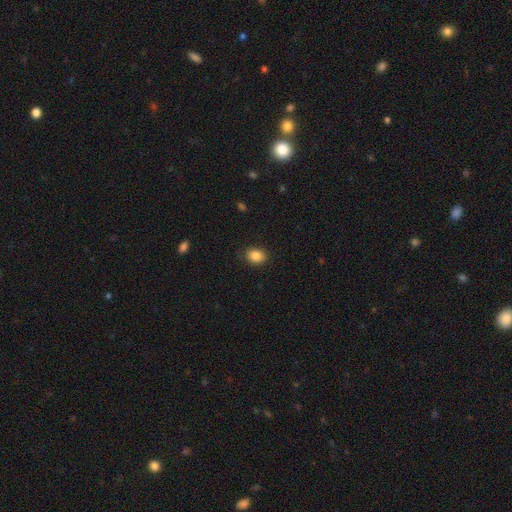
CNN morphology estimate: A smooth galaxy with no disk features (86%) that is in between round and cigar-shaped (58%). Merging: none (84%).